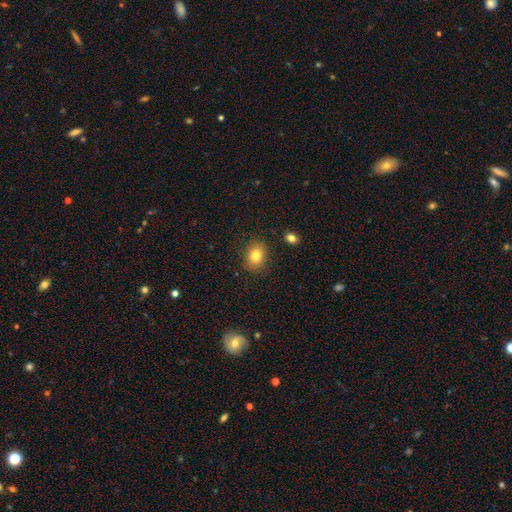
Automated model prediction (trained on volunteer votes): Smooth or featured: smooth — 81% (star or artifact — 10%)
How rounded: in between — 58% (round — 41%)
Merging: none — 86% (minor disturbance — 10%)